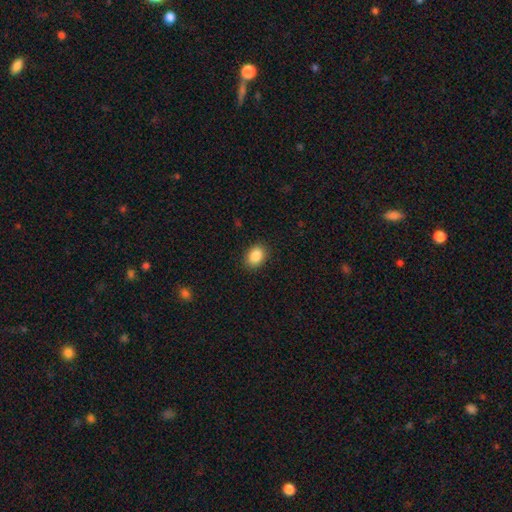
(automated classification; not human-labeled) smooth 88%, star or artifact 8%, featured or disk 4%. Down the decision tree: how rounded — in between (72%); merging — none (88%).